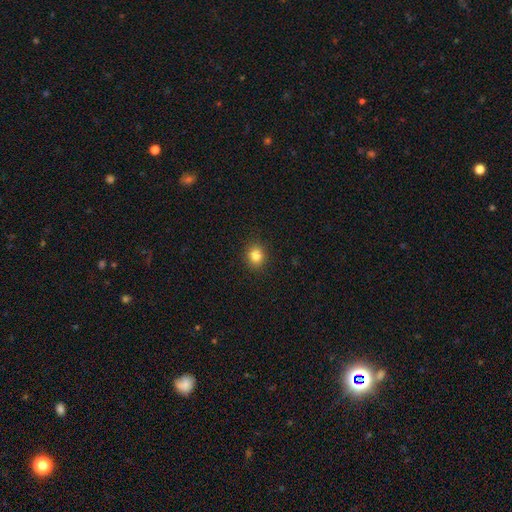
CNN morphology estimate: This appears to be a smooth galaxy with no disk features (83%) that is round (79%). Merging: none (91%).